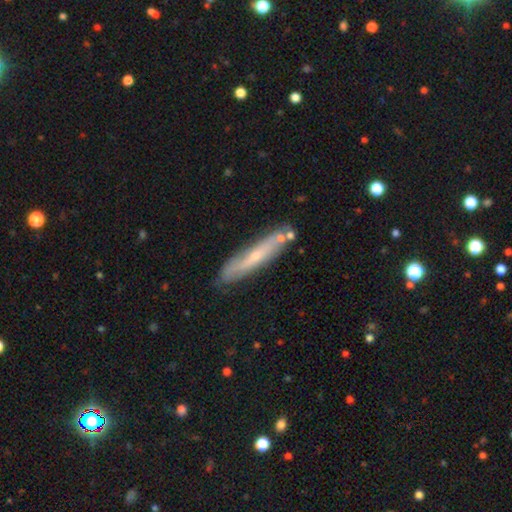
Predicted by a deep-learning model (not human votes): The model was most divided on "smooth or featured": featured or disk: 52%, smooth: 42%, star or artifact: 6%. More confident: merging — none (74%); edge-on disk — yes (68%).